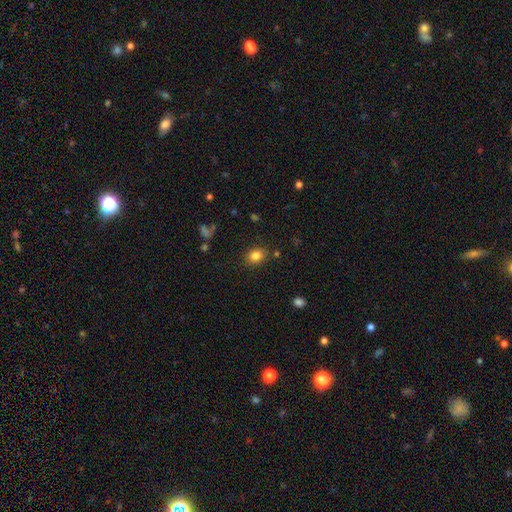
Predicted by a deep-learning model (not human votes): smooth_or_featured: smooth (p=0.83) [alt: star or artifact p=0.11]
how_rounded: in between (p=0.55) [alt: round p=0.44]
merging: none (p=0.84) [alt: minor disturbance p=0.10]